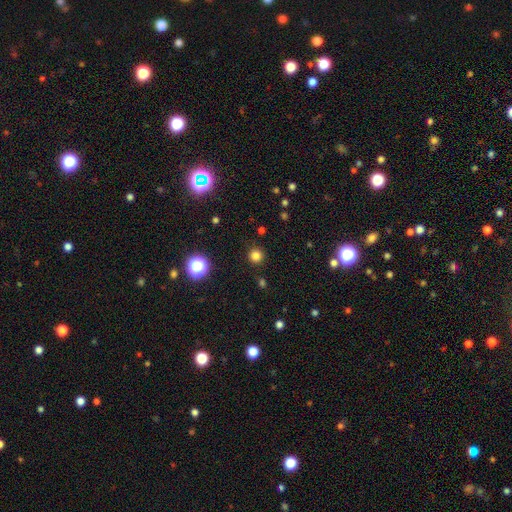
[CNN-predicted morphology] type=smooth (80%); roundness=round (95%); merging=none (91%).